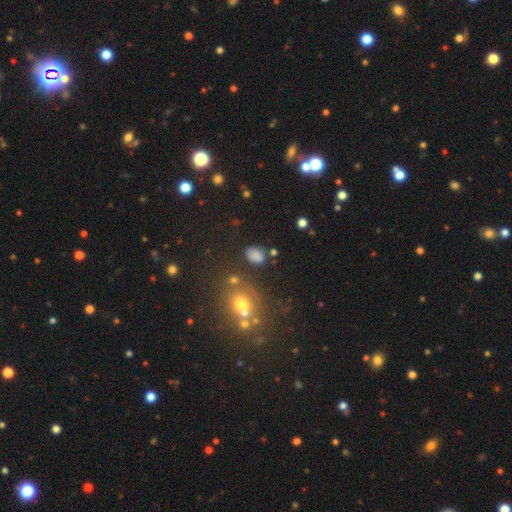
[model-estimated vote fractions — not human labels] This appears to be a smooth galaxy with no disk features (77%) that is in between round and cigar-shaped (72%). Merging: none (72%).